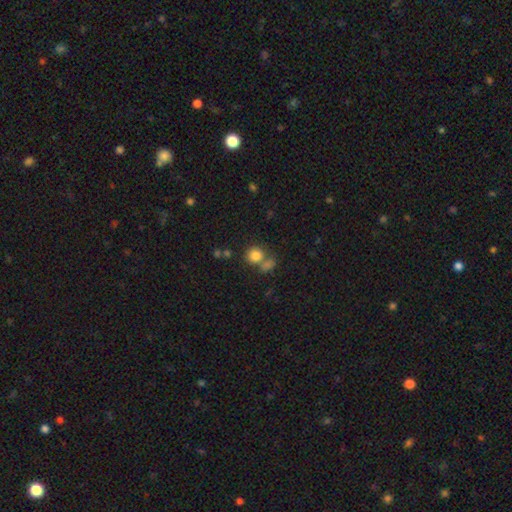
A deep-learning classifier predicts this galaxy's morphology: This appears to be a smooth galaxy with no disk features (81%) that is round (84%). Merging: none (57%).